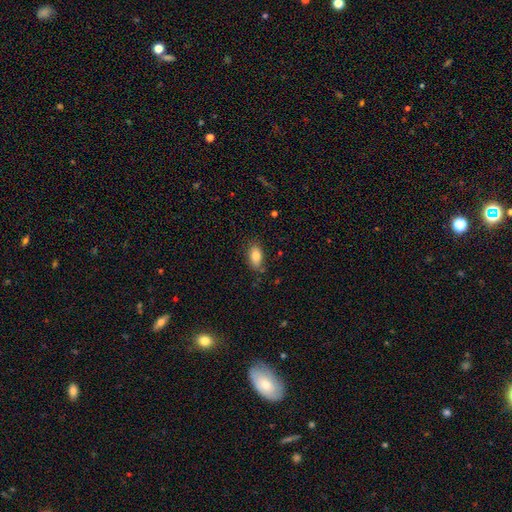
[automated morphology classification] smooth_or_featured: smooth (p=0.81) [alt: featured or disk p=0.11]
how_rounded: in between (p=0.89) [alt: round p=0.06]
merging: none (p=0.79) [alt: minor disturbance p=0.16]